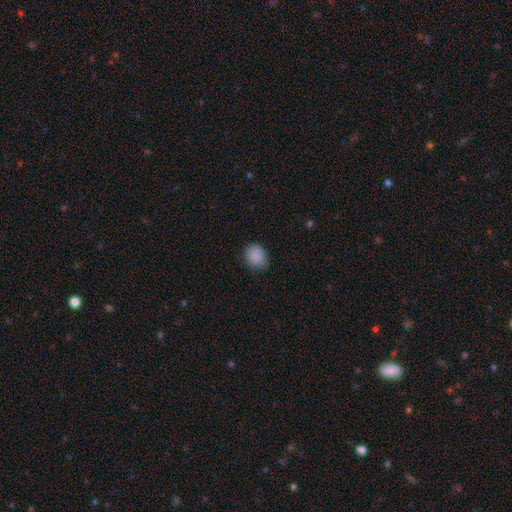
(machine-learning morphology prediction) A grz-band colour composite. It shows a smooth galaxy with no disk features (88%) that is round (63%). Merging: none (77%).